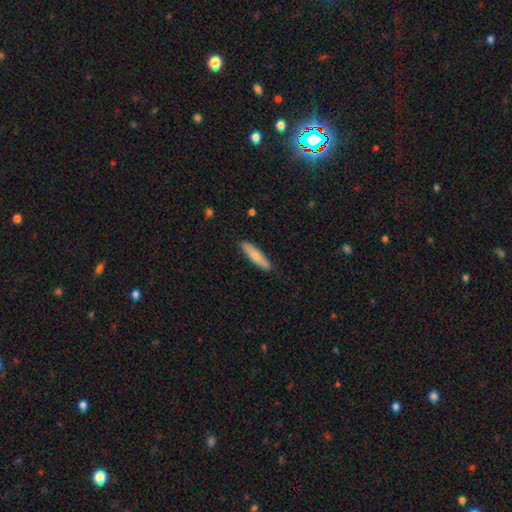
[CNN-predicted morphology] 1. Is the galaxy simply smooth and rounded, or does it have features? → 66% smooth, 28% featured or disk, 5% star or artifact.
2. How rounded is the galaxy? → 82% cigar-shaped, 16% in between, 2% round.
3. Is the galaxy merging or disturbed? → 88% none, 9% minor disturbance, 2% major disturbance, 1% merger.